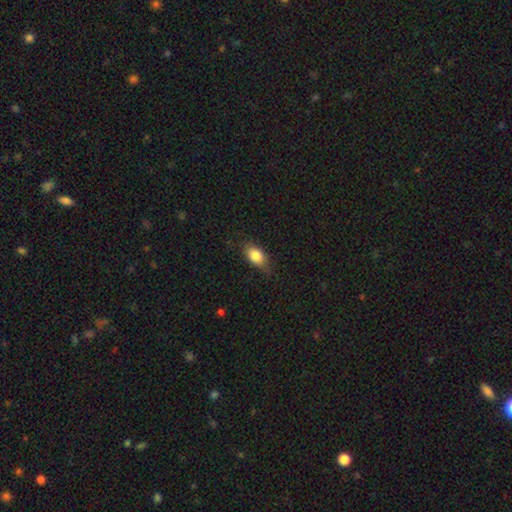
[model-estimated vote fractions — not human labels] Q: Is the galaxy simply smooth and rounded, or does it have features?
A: smooth — 82%.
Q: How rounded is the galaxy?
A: in between — 85%.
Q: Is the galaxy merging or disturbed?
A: none — 72%.